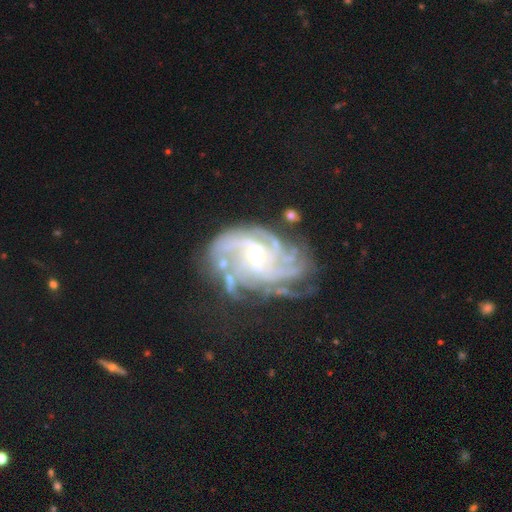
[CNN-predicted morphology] Smooth or featured: featured or disk — 88% (star or artifact — 7%)
Edge-on disk: no — 97% (yes — 3%)
Bar: no — 61% (weak — 31%)
Spiral arms: yes — 97% (no — 3%)
Spiral winding: tight — 51% (medium — 37%)
Spiral arm count: 4 — 25% (can't tell — 24%)
Bulge size: small — 68% (moderate — 27%)
Merging: none — 60% (minor disturbance — 21%)